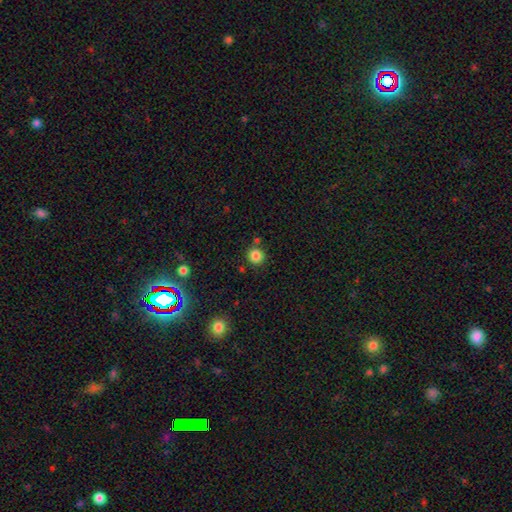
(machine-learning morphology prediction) type=smooth (84%); roundness=round (91%); merging=none (83%).